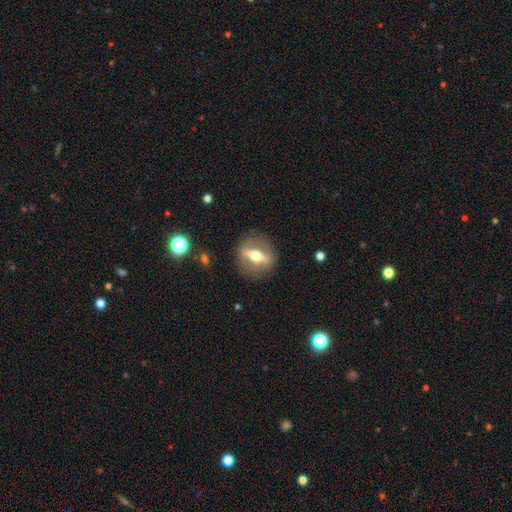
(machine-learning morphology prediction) A featured or disk galaxy (75%) viewed edge-on (60%). Merging: none (84%).